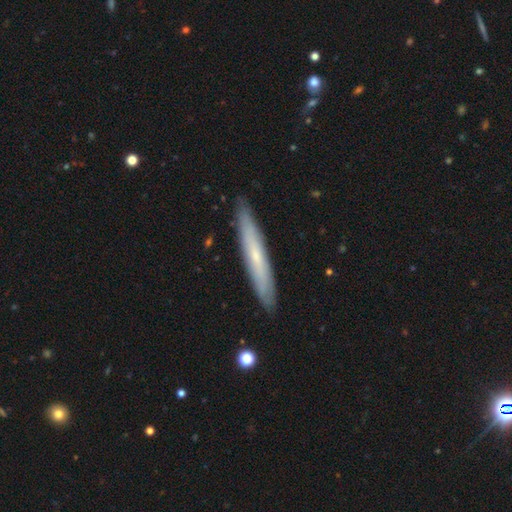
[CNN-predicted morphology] featured or disk 50%, smooth 44%, star or artifact 6%. Down the decision tree: edge-on disk — yes (83%); merging — none (90%).